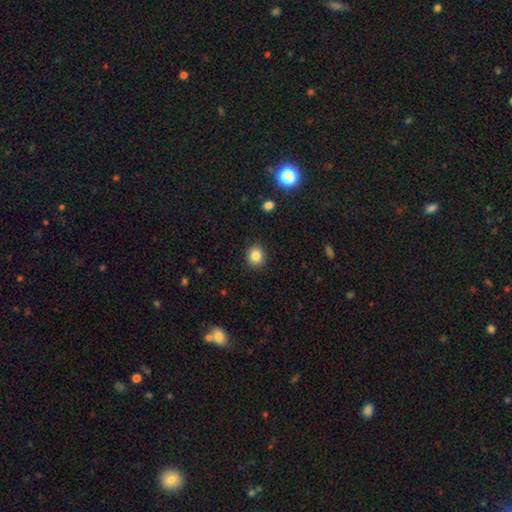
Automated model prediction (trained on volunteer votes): Smooth or featured? Predicted: smooth (p=0.85). How rounded? Predicted: round (p=0.74). Merging? Predicted: none (p=0.89).